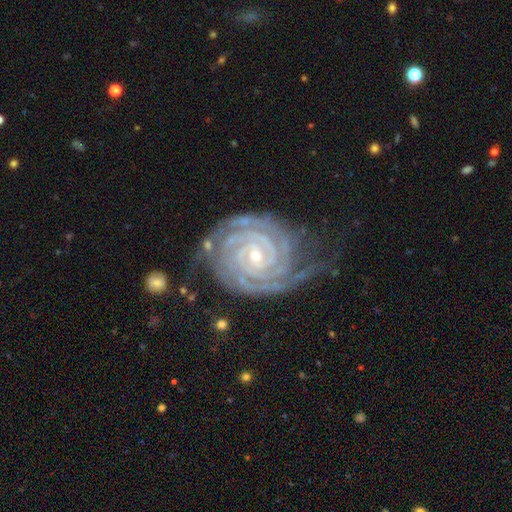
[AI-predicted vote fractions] smooth_or_featured: featured or disk (p=0.93) [alt: star or artifact p=0.05]
disk_edge_on: no (p=0.98) [alt: yes p=0.02]
bar: no (p=0.48) [alt: weak p=0.30]
has_spiral_arms: yes (p=0.99) [alt: no p=0.01]
spiral_winding: tight (p=0.89) [alt: medium p=0.09]
spiral_arm_count: 2 (p=0.35) [alt: 3 p=0.22]
bulge_size: small (p=0.79) [alt: moderate p=0.19]
merging: none (p=0.69) [alt: minor disturbance p=0.21]